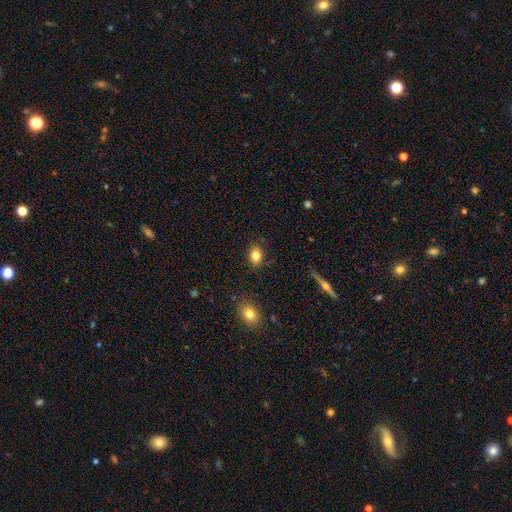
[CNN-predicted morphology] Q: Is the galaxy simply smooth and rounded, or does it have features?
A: smooth — 82%.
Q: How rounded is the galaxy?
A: in between — 72%.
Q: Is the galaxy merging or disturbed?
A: none — 83%.